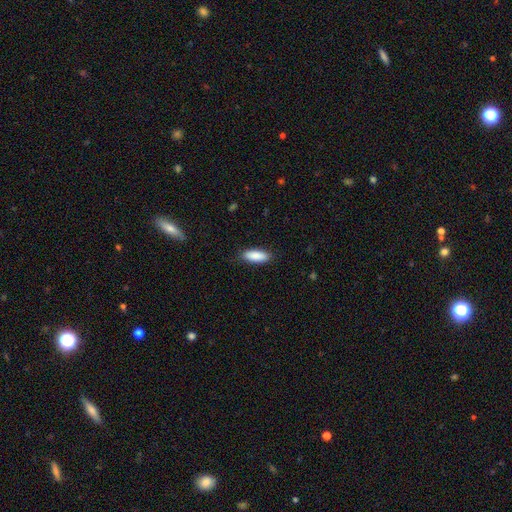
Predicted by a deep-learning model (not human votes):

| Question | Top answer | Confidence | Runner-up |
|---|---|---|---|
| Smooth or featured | smooth | 89% | star or artifact (6%) |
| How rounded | in between | 72% | cigar-shaped (27%) |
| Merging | none | 85% | minor disturbance (11%) |